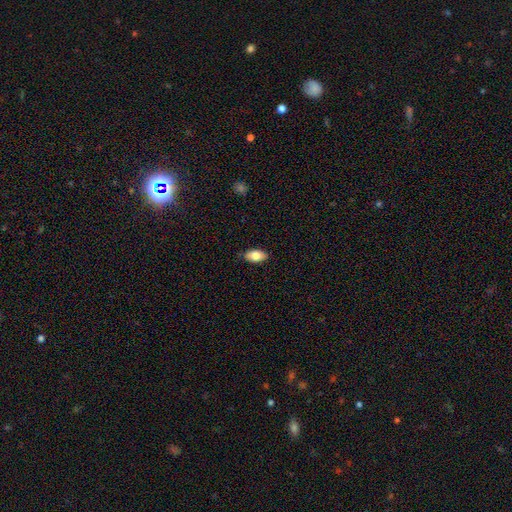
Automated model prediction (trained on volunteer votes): Smooth or featured: smooth — 81% (featured or disk — 12%)
How rounded: in between — 92% (round — 4%)
Merging: none — 85% (minor disturbance — 12%)